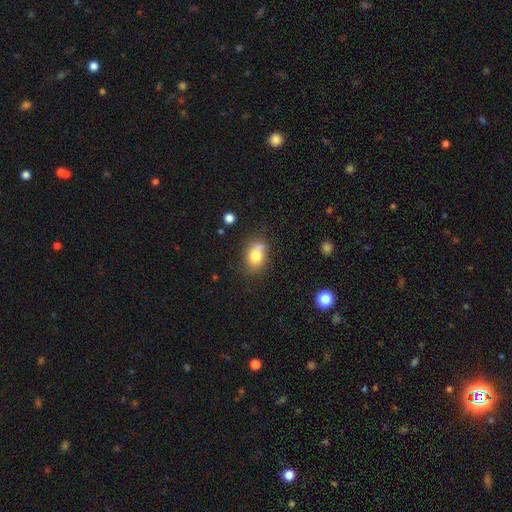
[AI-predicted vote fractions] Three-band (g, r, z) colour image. It shows a smooth galaxy with no disk features (74%) that is in between round and cigar-shaped (65%). Merging: none (55%).